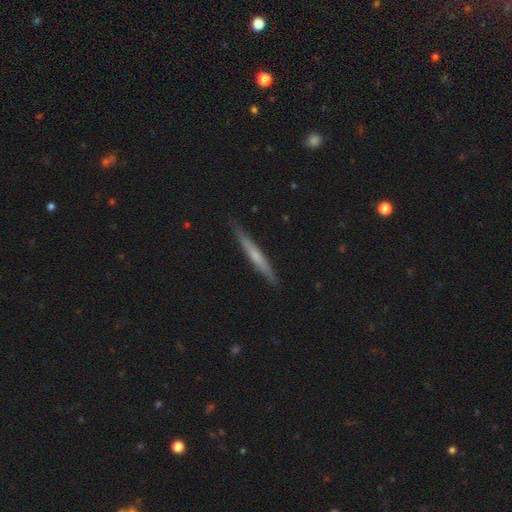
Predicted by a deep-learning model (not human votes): featured or disk 47% (tied), smooth 47% (tied), star or artifact 6%. Down the decision tree: merging — none (88%).